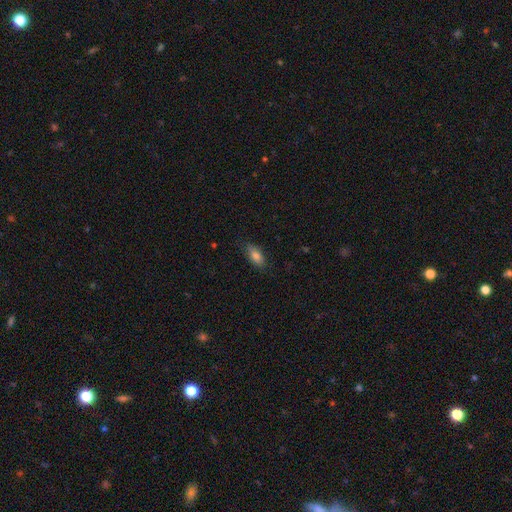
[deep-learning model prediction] smooth-or-featured: smooth: 81% | featured or disk: 11% | star or artifact: 8%
  how-rounded: in between: 84% | cigar-shaped: 13% | round: 3%
  merging: none: 82% | minor disturbance: 14% | major disturbance: 3% | merger: 1%